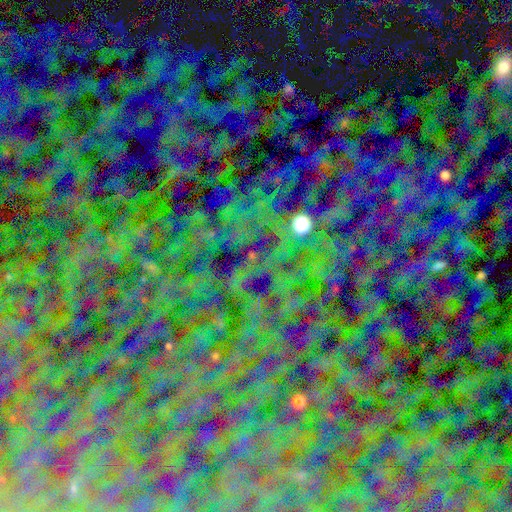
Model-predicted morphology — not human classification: A star or artifact, not a galaxy (81%).

Vote fractions:
- Smooth or featured? star or artifact: 81% / smooth: 11% / featured or disk: 8%